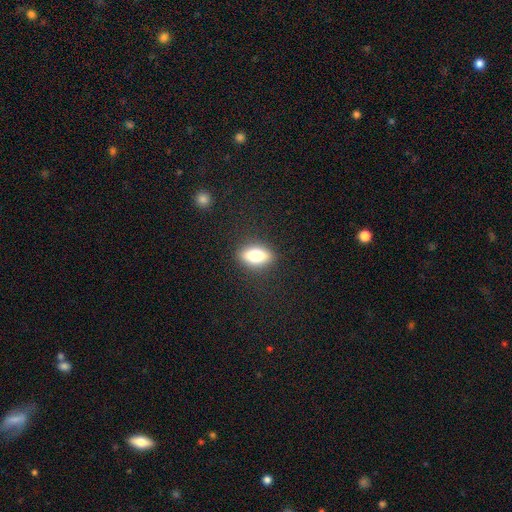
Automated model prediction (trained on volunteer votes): Q: Smooth or featured?
A: smooth (73%); runner-up: featured or disk (19%)
Q: How rounded?
A: in between (80%); runner-up: cigar-shaped (12%)
Q: Merging?
A: none (87%); runner-up: minor disturbance (9%)